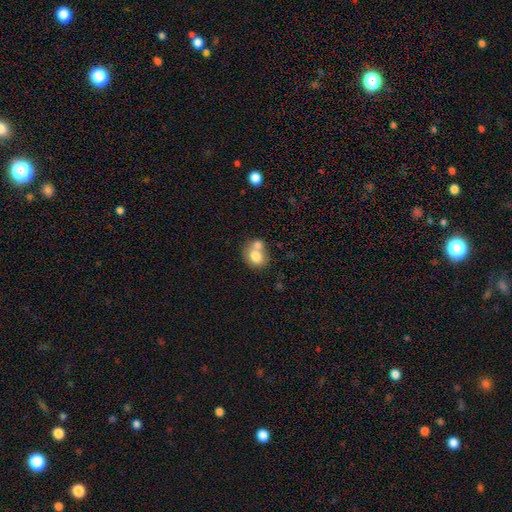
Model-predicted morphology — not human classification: Smooth or featured? Predicted: smooth (p=0.75). How rounded? Predicted: round (p=0.59). Merging? Predicted: merger (p=0.49).